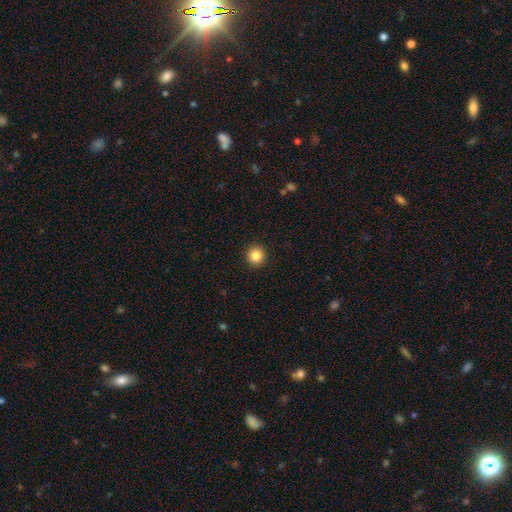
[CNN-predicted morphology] This appears to be a smooth galaxy with no disk features (85%) that is round (95%). Merging: none (93%).